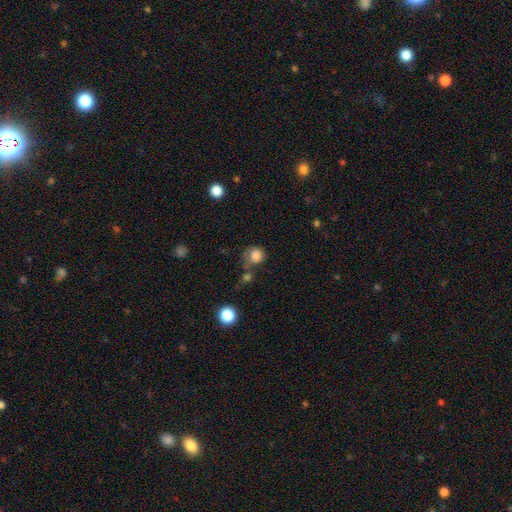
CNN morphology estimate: Smooth or featured? Predicted: smooth (p=0.81). How rounded? Predicted: round (p=0.80). Merging? Predicted: none (p=0.50).